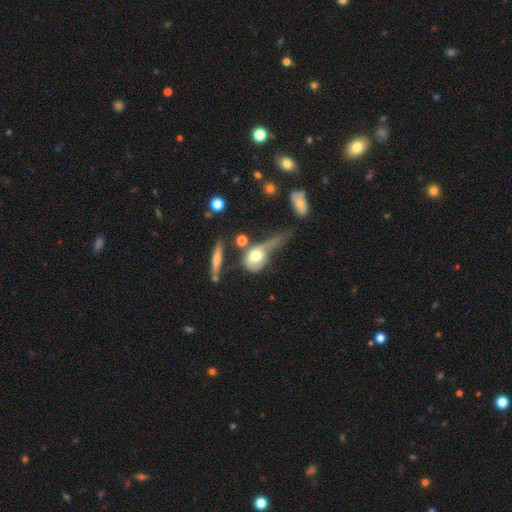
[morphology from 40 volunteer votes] This appears to be a smooth galaxy with no disk features (52%) that is round (57%). Merging: major disturbance (49%).